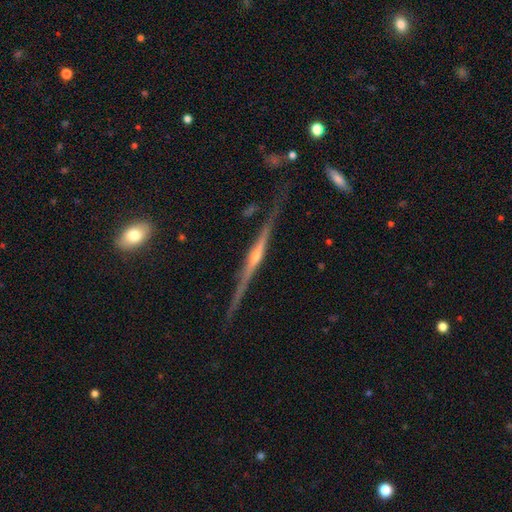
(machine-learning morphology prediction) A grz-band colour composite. It shows a featured or disk galaxy (85%) viewed edge-on (98%) with a rounded central bulge (79%). Merging: none (83%).